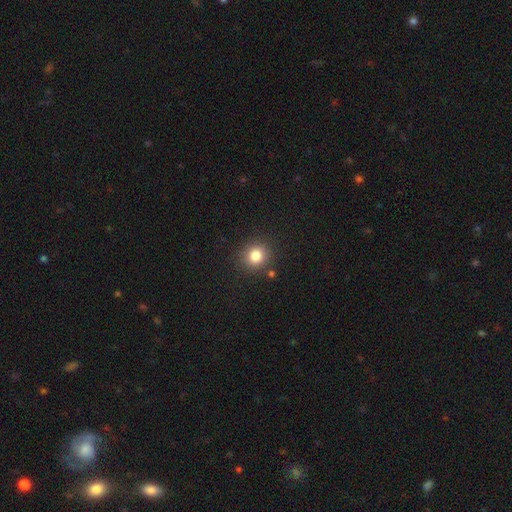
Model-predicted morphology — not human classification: This is clearly a smooth galaxy (82%). How rounded: clearly round (86%). Merging: clearly none (85%).